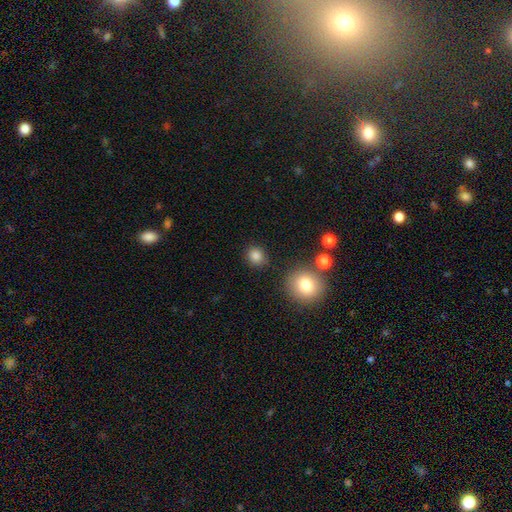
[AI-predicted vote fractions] smooth-or-featured: smooth: 83% | star or artifact: 12% | featured or disk: 4%
  how-rounded: round: 81% | in between: 18% | cigar-shaped: 1%
  merging: none: 85% | minor disturbance: 9% | merger: 3% | major disturbance: 3%